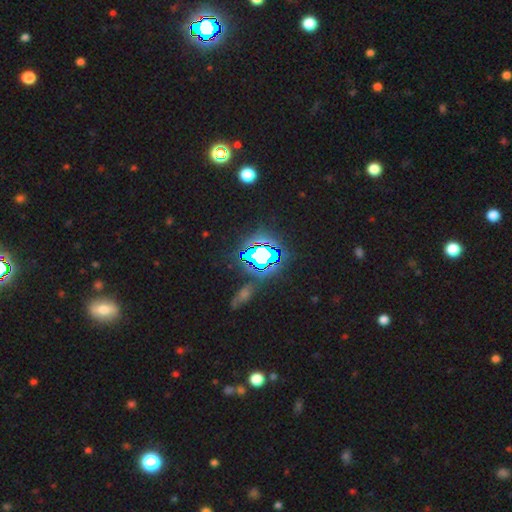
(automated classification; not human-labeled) Smooth or featured? Predicted: star or artifact (p=0.81).